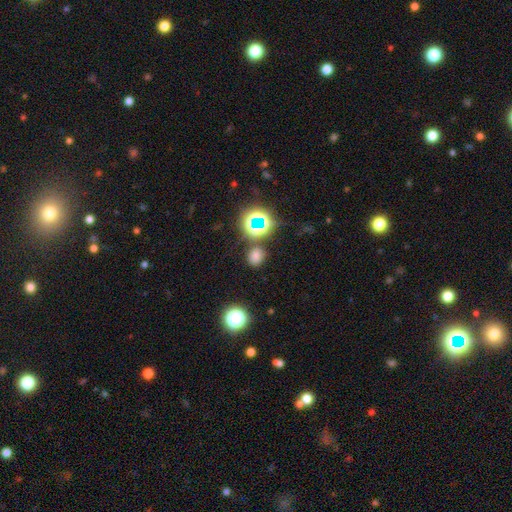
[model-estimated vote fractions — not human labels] Smooth or featured: smooth — 66% (star or artifact — 27%)
How rounded: round — 65% (in between — 34%)
Merging: none — 80% (minor disturbance — 10%)